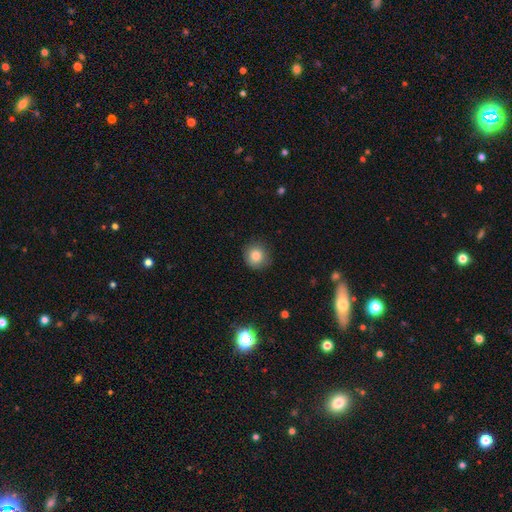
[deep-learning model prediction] This appears to be a smooth galaxy with no disk features (83%) that is round (91%). Merging: none (86%).